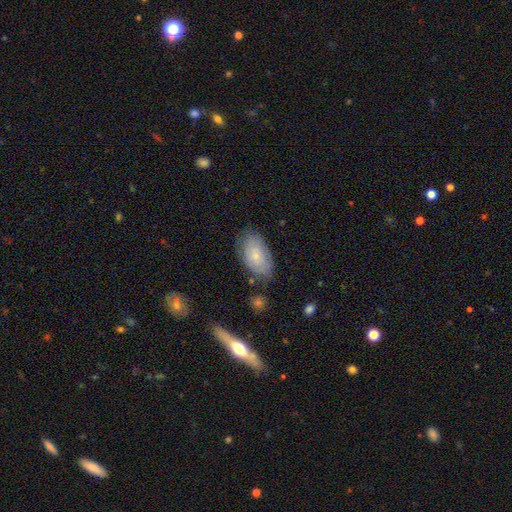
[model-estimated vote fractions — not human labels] A smooth galaxy with no disk features (68%) that is in between round and cigar-shaped (93%).

Vote fractions:
- Smooth or featured? smooth: 68% / featured or disk: 25% / star or artifact: 7%
- How rounded? in between: 93% / round: 5% / cigar-shaped: 2%
- Merging? none: 69% / minor disturbance: 22% / major disturbance: 6% / merger: 3%